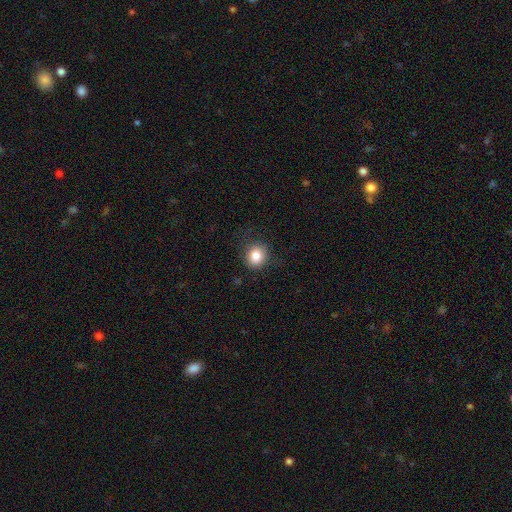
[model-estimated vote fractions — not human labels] Smooth or featured: smooth — 84% (star or artifact — 10%)
How rounded: round — 79% (in between — 20%)
Merging: none — 83% (minor disturbance — 12%)